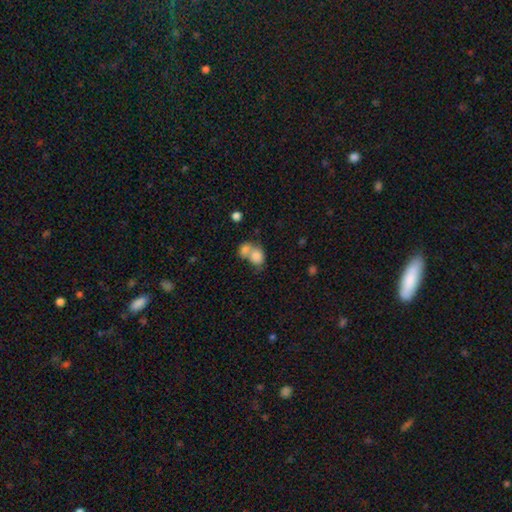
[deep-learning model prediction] Overall: smooth (79%). How rounded: in between (50%; round 49%). Merging: merger (68%).